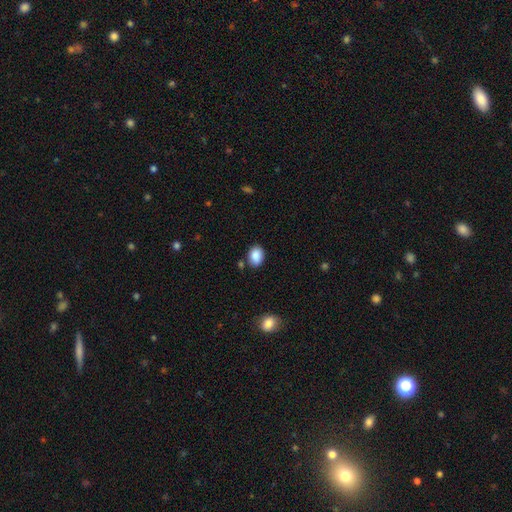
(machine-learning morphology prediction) Smooth or featured?
  - smooth: 88% *
  - star or artifact: 8%
  - featured or disk: 4%
How rounded?
  - in between: 72% *
  - round: 27%
  - cigar-shaped: 1%
Merging?
  - none: 82% *
  - minor disturbance: 12%
  - merger: 4%
  - major disturbance: 3%